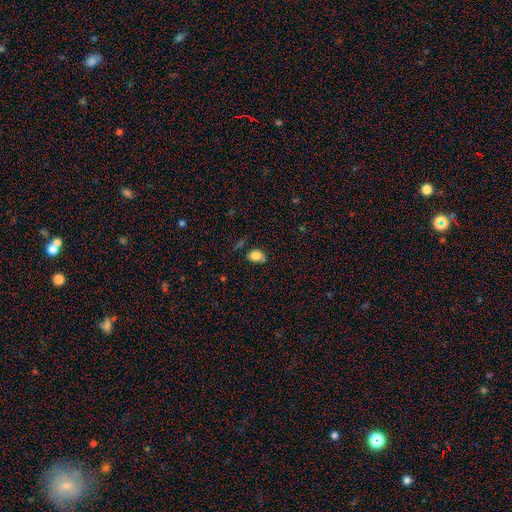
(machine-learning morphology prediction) smooth 82%, star or artifact 11%, featured or disk 7%. Down the decision tree: how rounded — in between (62%); merging — none (57%).